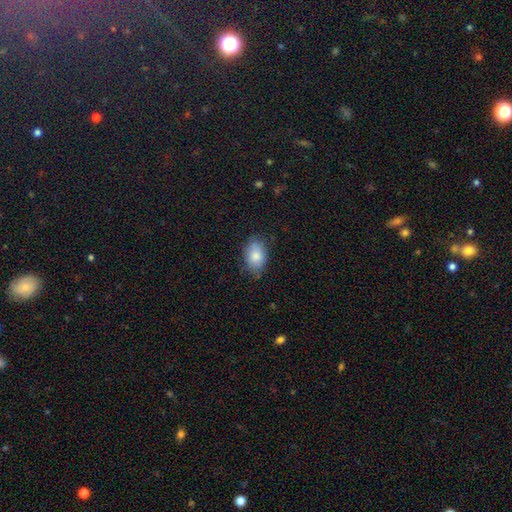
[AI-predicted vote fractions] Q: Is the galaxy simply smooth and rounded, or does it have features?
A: smooth — 82%.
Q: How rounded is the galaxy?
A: in between — 89%.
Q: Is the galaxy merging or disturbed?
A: none — 76%.